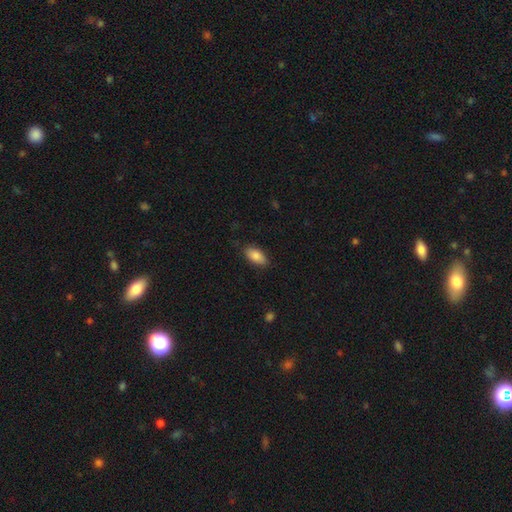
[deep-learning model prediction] Smooth or featured? Predicted: smooth (p=0.87). How rounded? Predicted: in between (p=0.91). Merging? Predicted: none (p=0.84).